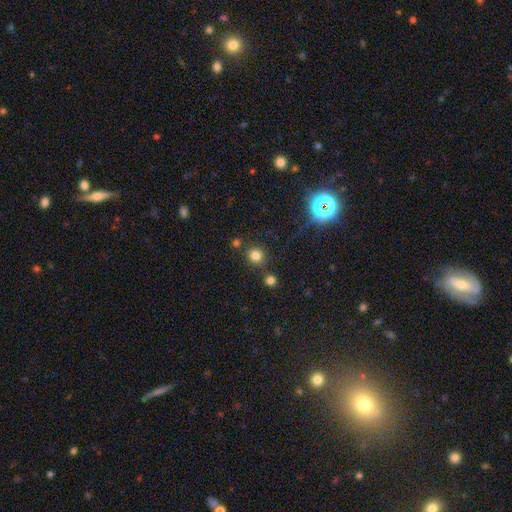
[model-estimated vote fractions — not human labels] smooth-or-featured: smooth: 78% | star or artifact: 16% | featured or disk: 6%
  how-rounded: round: 91% | in between: 8% | cigar-shaped: 1%
  merging: none: 81% | merger: 8% | minor disturbance: 8% | major disturbance: 3%